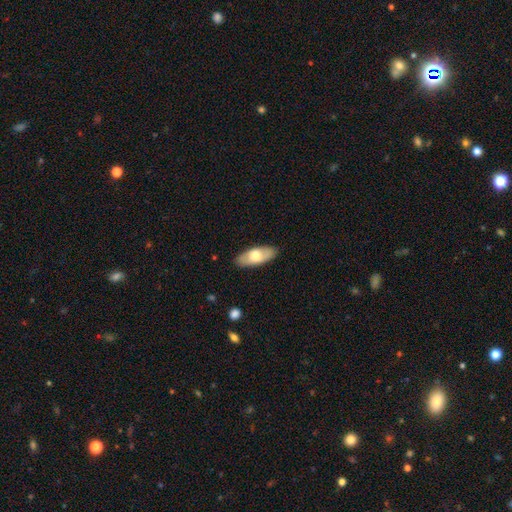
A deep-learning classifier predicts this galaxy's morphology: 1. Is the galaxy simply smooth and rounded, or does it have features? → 62% smooth, 33% featured or disk, 6% star or artifact.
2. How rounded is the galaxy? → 81% in between, 16% cigar-shaped, 2% round.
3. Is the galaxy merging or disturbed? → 86% none, 10% minor disturbance, 2% major disturbance, 1% merger.